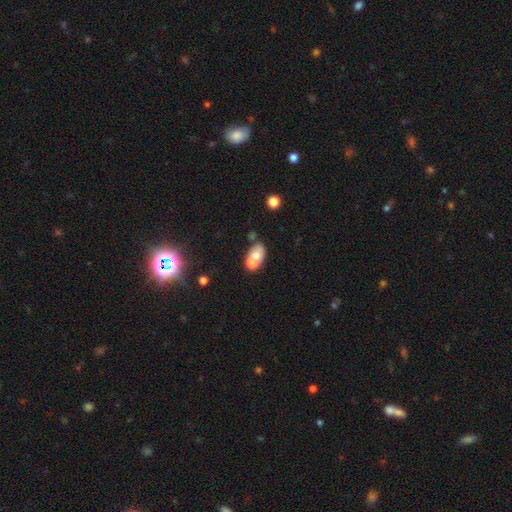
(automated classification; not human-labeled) A smooth galaxy with no disk features (61%) that is in between round and cigar-shaped (69%).

Vote fractions:
- Smooth or featured? smooth: 61% / featured or disk: 30% / star or artifact: 9%
- How rounded? in between: 69% / round: 30% / cigar-shaped: 2%
- Merging? merger: 63% / none: 25% / minor disturbance: 8% / major disturbance: 4%